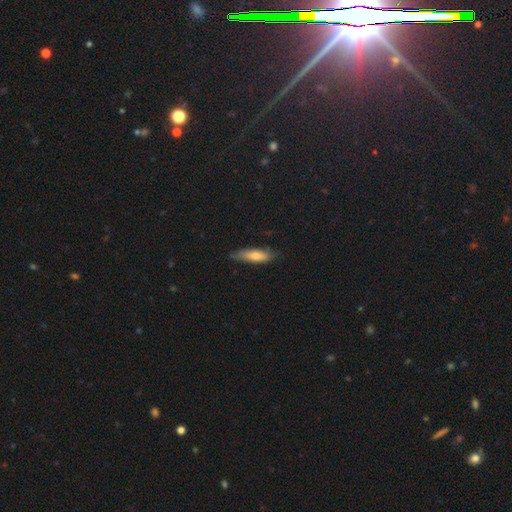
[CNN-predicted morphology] Smooth or featured?
  - smooth: 70% *
  - featured or disk: 24%
  - star or artifact: 6%
How rounded?
  - cigar-shaped: 59% *
  - in between: 39%
  - round: 2%
Merging?
  - none: 72% *
  - minor disturbance: 23%
  - major disturbance: 4%
  - merger: 1%